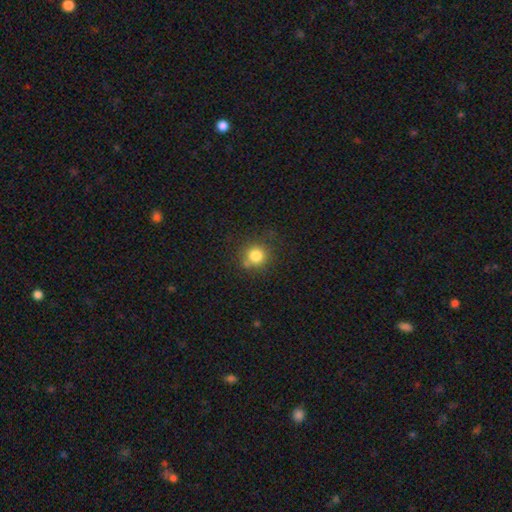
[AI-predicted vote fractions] This appears to be a smooth galaxy with no disk features (81%) that is round (92%). Merging: none (74%).